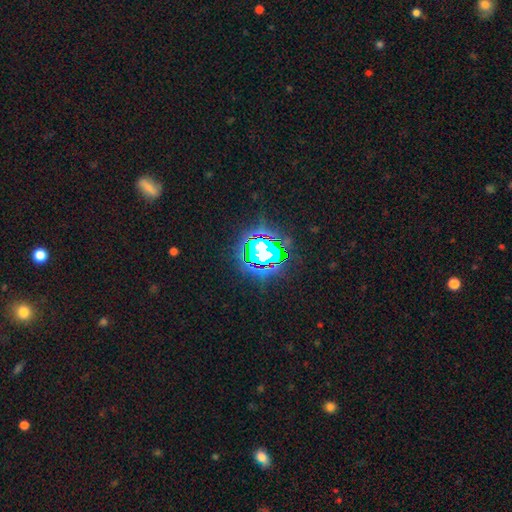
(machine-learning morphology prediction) A star or artifact, not a galaxy (69%).

Vote fractions:
- Smooth or featured? star or artifact: 69% / smooth: 17% / featured or disk: 14%